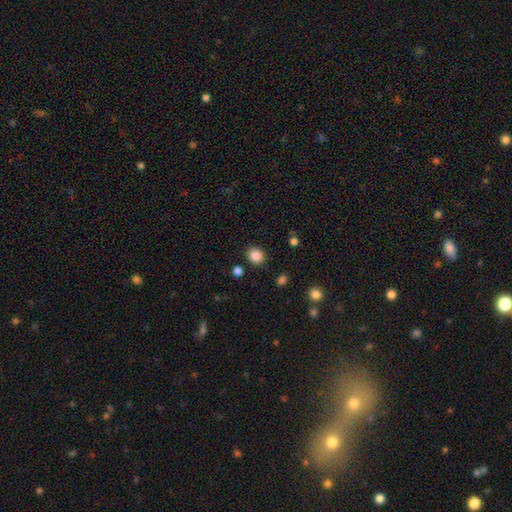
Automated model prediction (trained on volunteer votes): smooth 86%, star or artifact 10%, featured or disk 4%. Down the decision tree: how rounded — round (71%); merging — none (87%).